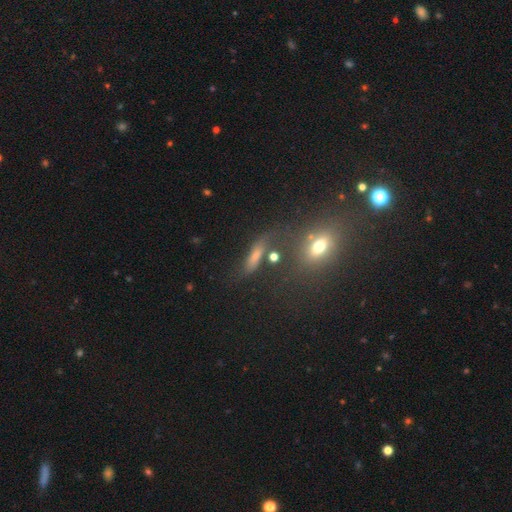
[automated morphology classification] A smooth galaxy with no disk features (46%). Merging: none (54%).